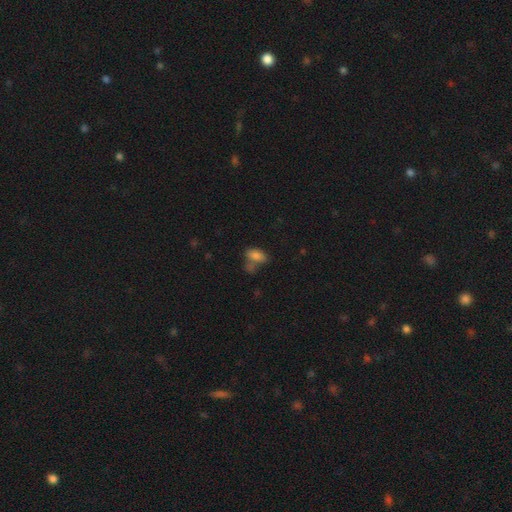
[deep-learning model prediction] Q: Smooth or featured?
A: smooth (79%); runner-up: star or artifact (11%)
Q: How rounded?
A: in between (89%); runner-up: round (6%)
Q: Merging?
A: none (43%); runner-up: merger (28%)